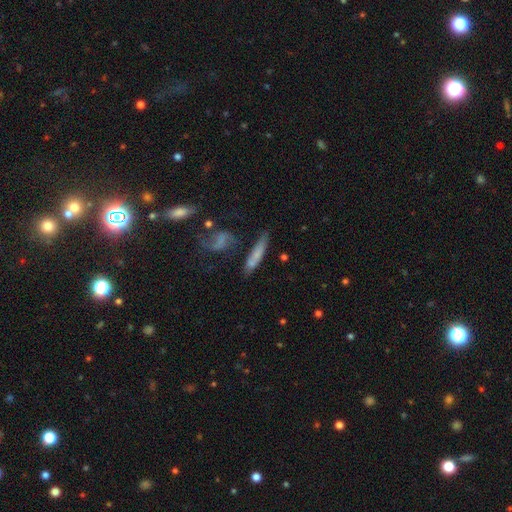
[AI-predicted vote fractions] Morphology: type=smooth (58%); roundness=cigar-shaped (81%); merging=none (61%).